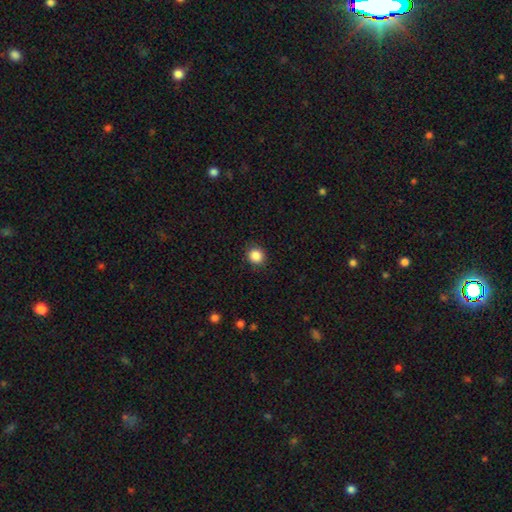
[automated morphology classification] This is clearly a smooth galaxy (87%). How rounded: clearly round (89%). Merging: clearly none (89%).